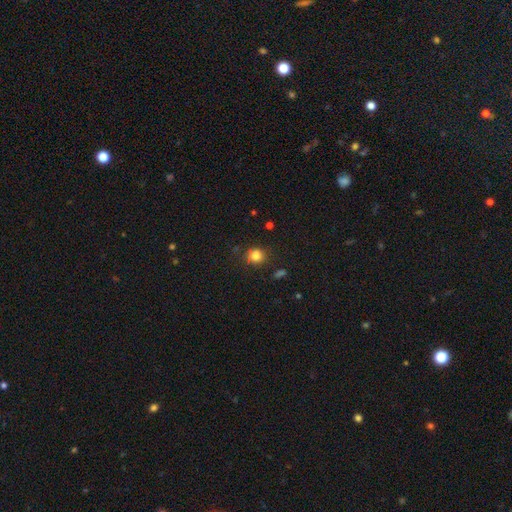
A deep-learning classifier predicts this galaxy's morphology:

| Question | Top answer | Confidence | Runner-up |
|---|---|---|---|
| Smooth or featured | smooth | 81% | star or artifact (13%) |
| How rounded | round | 81% | in between (18%) |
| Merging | none | 79% | minor disturbance (14%) |